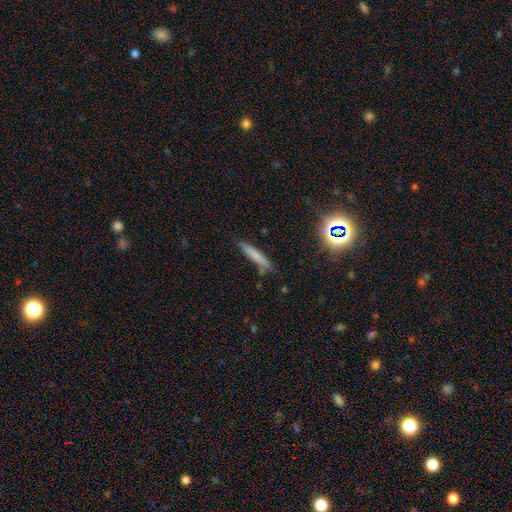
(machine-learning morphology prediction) This is likely a smooth galaxy (69%). How rounded: clearly cigar-shaped (90%). Merging: likely none (77%).